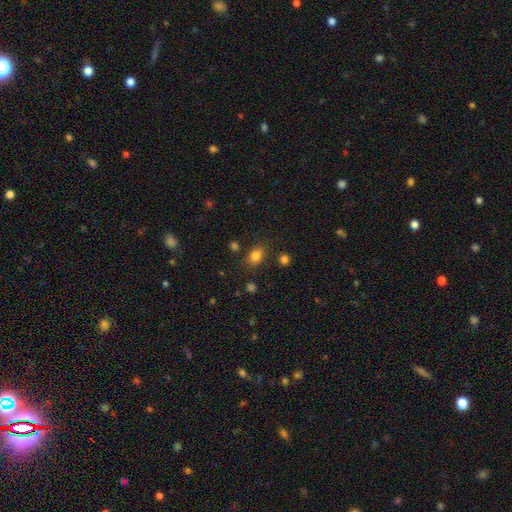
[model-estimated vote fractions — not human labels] smooth-or-featured: smooth: 83% | star or artifact: 12% | featured or disk: 6%
  how-rounded: in between: 70% | round: 29% | cigar-shaped: 1%
  merging: none: 80% | minor disturbance: 12% | merger: 4% | major disturbance: 4%